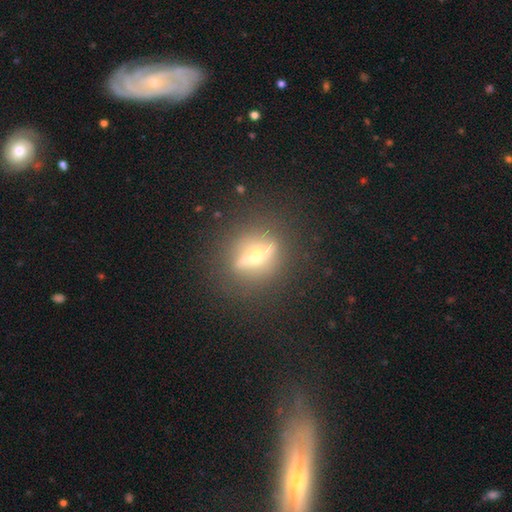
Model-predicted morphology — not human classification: smooth-or-featured: featured or disk: 78% | smooth: 13% | star or artifact: 8%
  disk-edge-on: yes: 66% | no: 34%
    edge-on-bulge: rounded: 95% | boxy: 2% | none: 2%
  merging: none: 84% | minor disturbance: 10% | major disturbance: 5% | merger: 1%